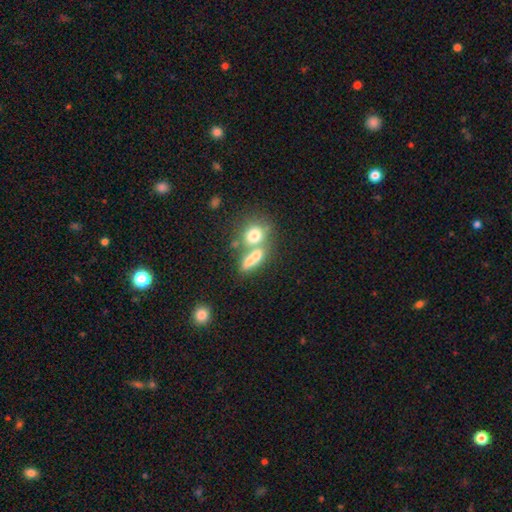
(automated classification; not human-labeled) Smooth or featured?
  - smooth: 68% *
  - featured or disk: 21%
  - star or artifact: 11%
How rounded?
  - in between: 47% *
  - round: 38%
  - cigar-shaped: 15%
Merging?
  - merger: 53% *
  - none: 33%
  - minor disturbance: 8%
  - major disturbance: 6%